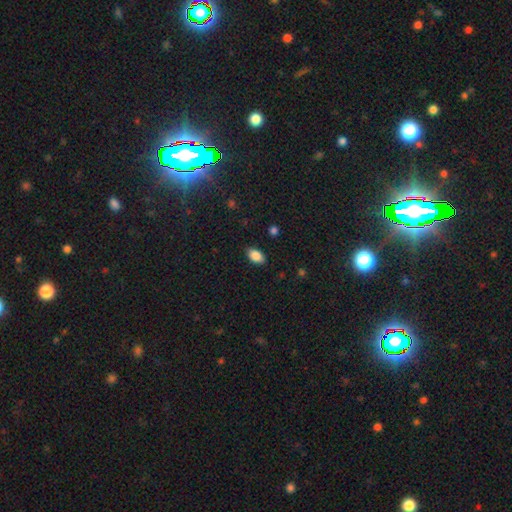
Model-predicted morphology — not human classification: Overall: smooth (86%). How rounded: in between (91%). Merging: none (85%).